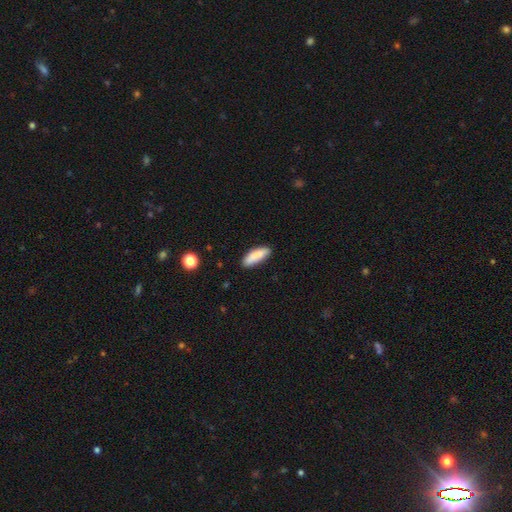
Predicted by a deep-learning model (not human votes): A smooth galaxy with no disk features (87%) that is in between round and cigar-shaped (58%). Merging: none (82%).